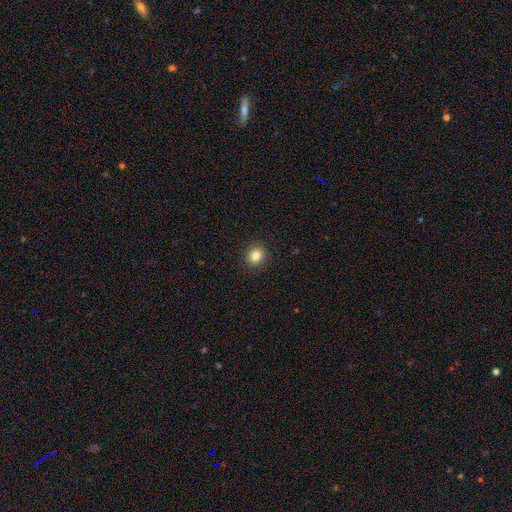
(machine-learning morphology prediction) Smooth or featured: smooth — 83% (star or artifact — 11%)
How rounded: round — 80% (in between — 19%)
Merging: none — 91% (minor disturbance — 6%)